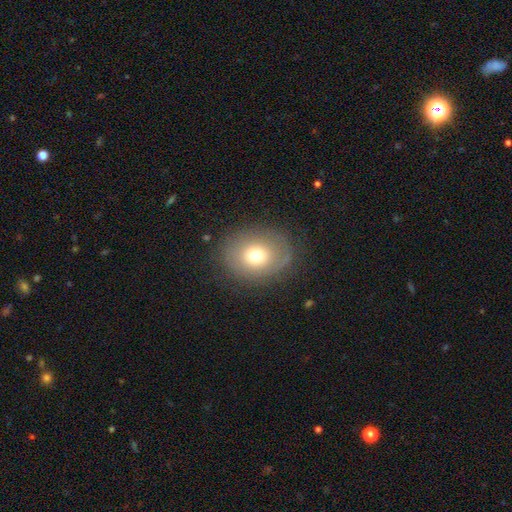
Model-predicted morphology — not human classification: This is likely a smooth galaxy (67%). How rounded: likely round (64%). Merging: likely none (80%).